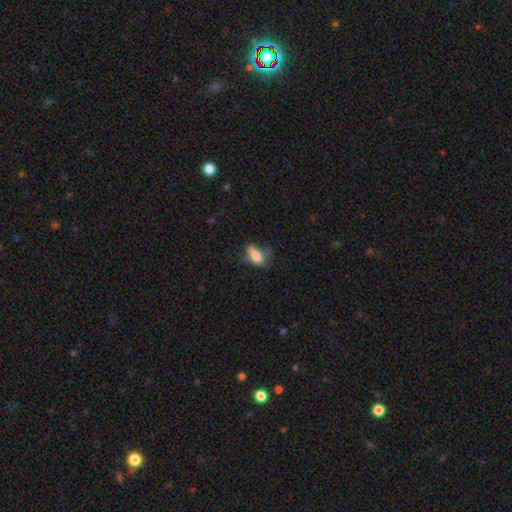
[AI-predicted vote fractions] This appears to be a smooth galaxy with no disk features (74%) that is in between round and cigar-shaped (83%). Merging: none (38%).